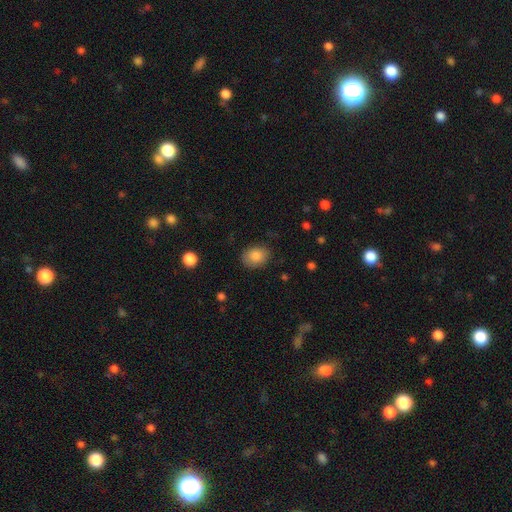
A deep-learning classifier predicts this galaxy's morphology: smooth 85%, star or artifact 8%, featured or disk 7%. Down the decision tree: how rounded — in between (59%); merging — none (82%).